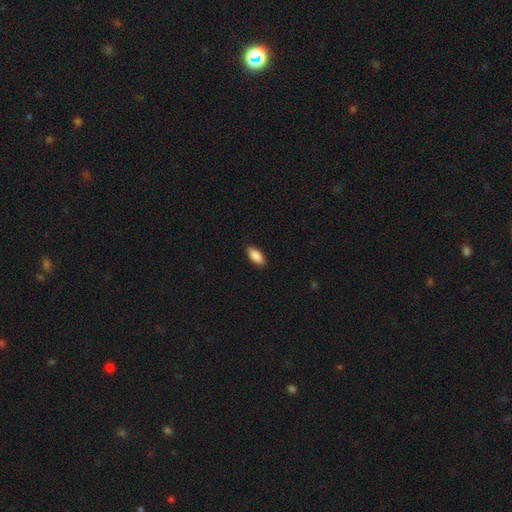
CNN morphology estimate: type=smooth (86%); roundness=in between (86%); merging=none (88%).